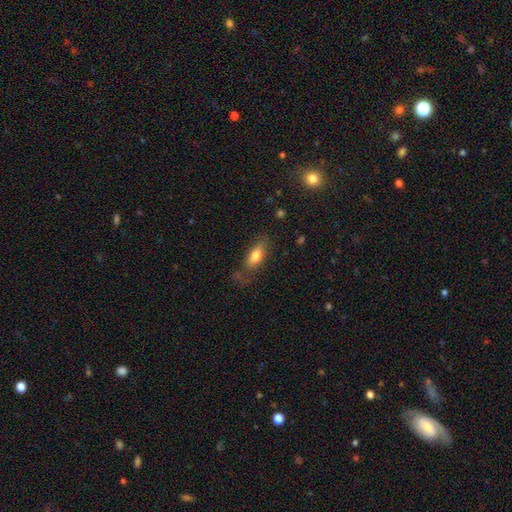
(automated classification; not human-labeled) Smooth or featured?
  - smooth: 75% *
  - featured or disk: 17%
  - star or artifact: 7%
How rounded?
  - in between: 79% *
  - cigar-shaped: 17%
  - round: 4%
Merging?
  - none: 60% *
  - minor disturbance: 24%
  - major disturbance: 13%
  - merger: 4%